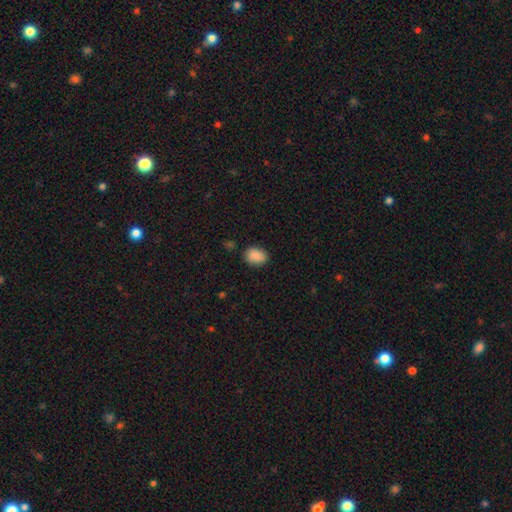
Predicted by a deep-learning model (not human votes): This appears to be a smooth galaxy with no disk features (88%) that is in between round and cigar-shaped (73%). Merging: none (81%).